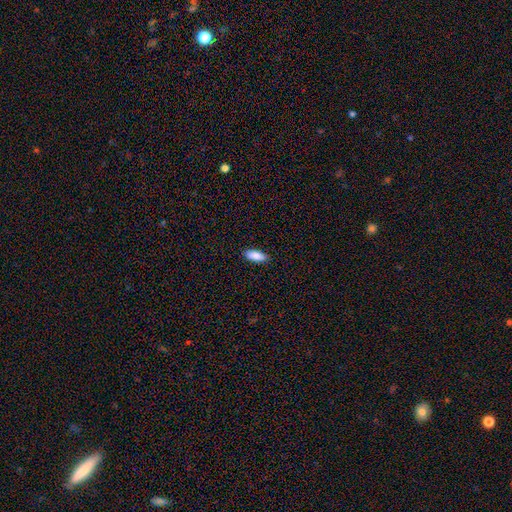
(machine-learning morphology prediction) smooth 88%, star or artifact 6%, featured or disk 6%. Down the decision tree: how rounded — in between (76%); merging — none (89%).